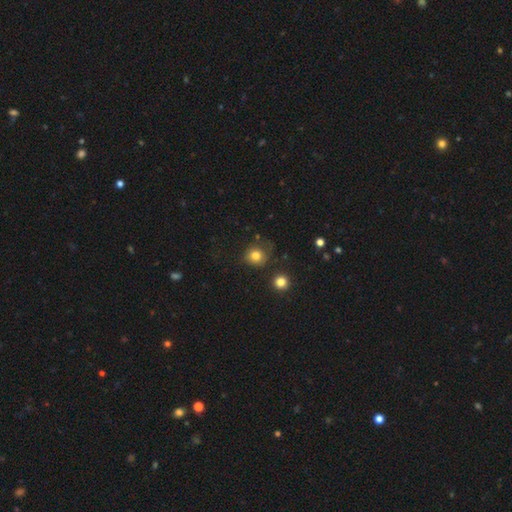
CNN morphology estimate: The model was most divided on "merging": none: 69%, minor disturbance: 20%, major disturbance: 8%, merger: 3%. More confident: how rounded — round (83%); smooth or featured — smooth (80%).